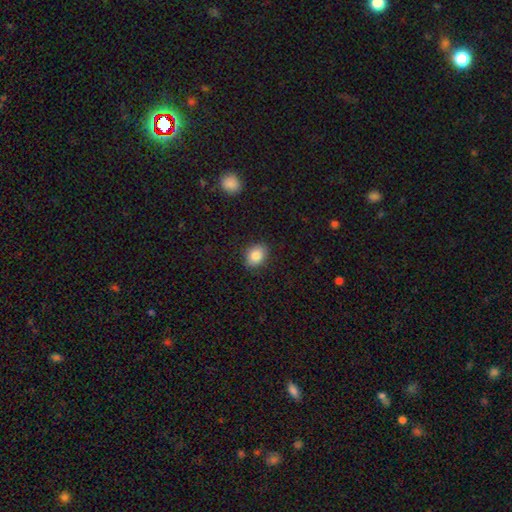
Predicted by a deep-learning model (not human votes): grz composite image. It shows a smooth galaxy with no disk features (84%) that is in between round and cigar-shaped (61%). Merging: none (87%).